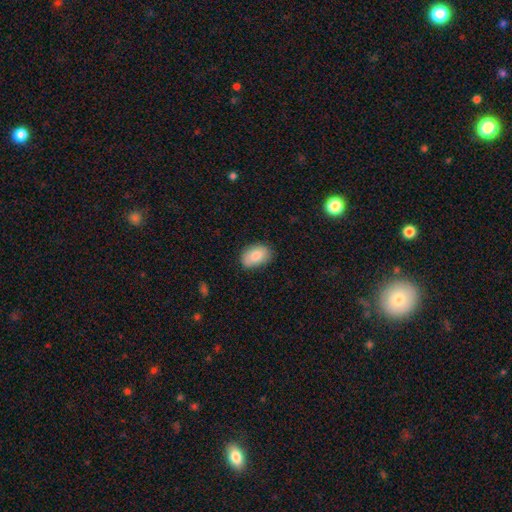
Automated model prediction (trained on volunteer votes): This is clearly a smooth galaxy (84%). How rounded: clearly in between (89%). Merging: likely none (79%).